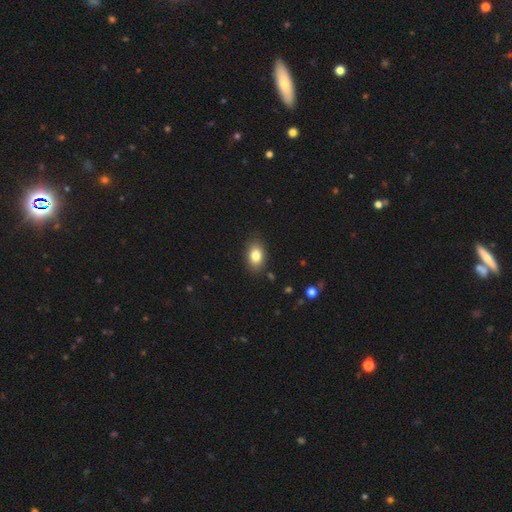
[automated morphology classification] Overall: smooth (83%). How rounded: in between (84%). Merging: none (86%).